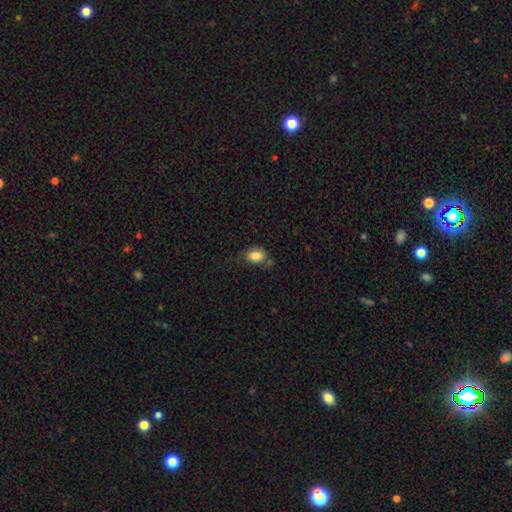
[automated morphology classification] The model was most divided on "merging": none: 59%, minor disturbance: 27%, major disturbance: 8%, merger: 6%. More confident: smooth or featured — smooth (85%); how rounded — in between (75%).